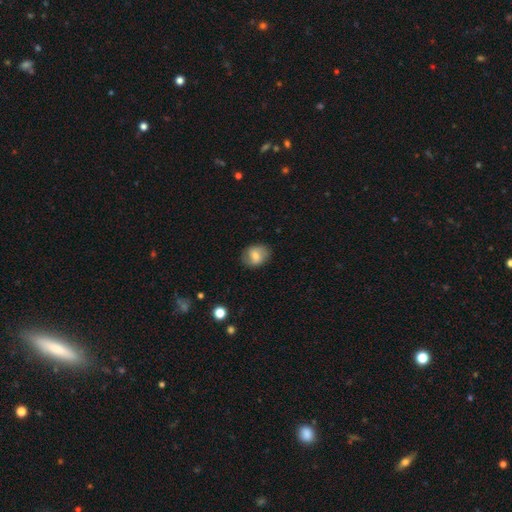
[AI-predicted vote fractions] Q: Smooth or featured?
A: smooth (70%); runner-up: featured or disk (22%)
Q: How rounded?
A: in between (55%); runner-up: round (44%)
Q: Merging?
A: none (80%); runner-up: minor disturbance (14%)